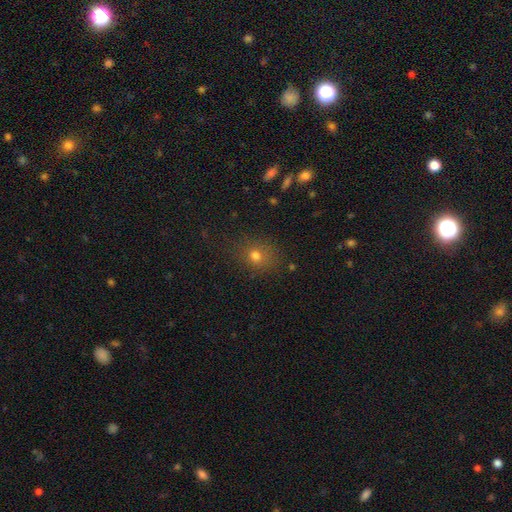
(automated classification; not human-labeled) Q: Smooth or featured?
A: smooth (71%); runner-up: star or artifact (19%)
Q: How rounded?
A: round (68%); runner-up: in between (31%)
Q: Merging?
A: none (78%); runner-up: minor disturbance (14%)